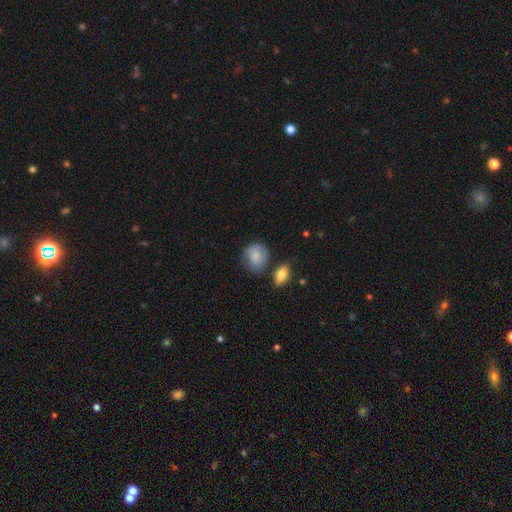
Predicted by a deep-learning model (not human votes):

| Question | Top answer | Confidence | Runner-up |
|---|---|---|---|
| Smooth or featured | smooth | 78% | featured or disk (15%) |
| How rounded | round | 68% | in between (31%) |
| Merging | none | 57% | minor disturbance (28%) |